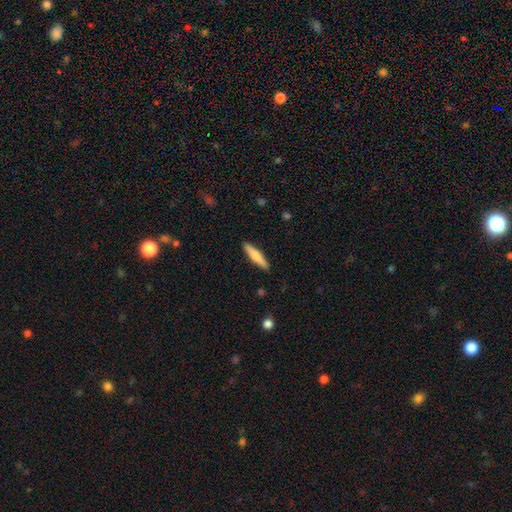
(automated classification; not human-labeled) The model was most divided on "smooth or featured": smooth: 63%, featured or disk: 32%, star or artifact: 5%. More confident: merging — none (90%); how rounded — cigar-shaped (87%).